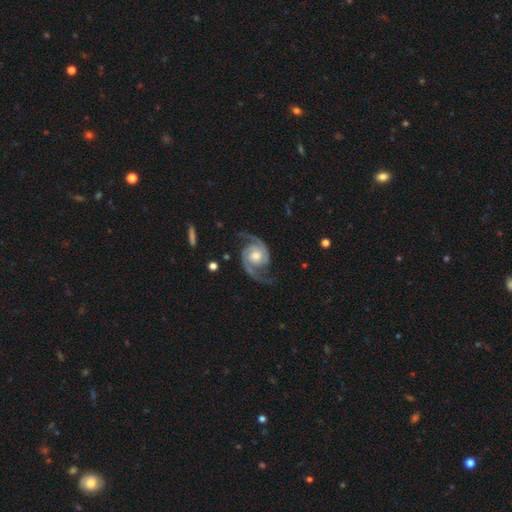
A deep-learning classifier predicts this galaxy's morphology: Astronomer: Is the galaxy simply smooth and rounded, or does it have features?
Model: featured or disk — 93%.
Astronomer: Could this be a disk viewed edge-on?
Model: no — 98%.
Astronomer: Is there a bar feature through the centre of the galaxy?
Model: no — 68%.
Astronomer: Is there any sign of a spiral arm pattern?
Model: yes — 98%.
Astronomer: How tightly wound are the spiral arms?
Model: medium — 55%.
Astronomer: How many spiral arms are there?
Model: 2 — 94%.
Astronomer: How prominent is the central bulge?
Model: moderate — 66%.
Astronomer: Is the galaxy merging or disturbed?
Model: none — 78%.